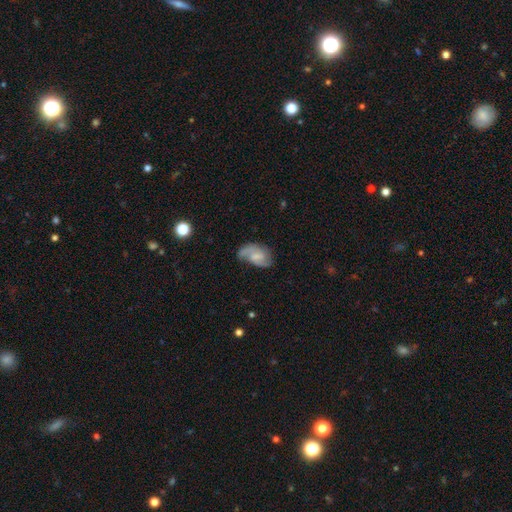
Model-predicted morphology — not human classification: This is possibly a featured or disk galaxy (60%). It is clearly not viewed edge-on (96%). Bar: possibly weak (46%). Spiral arm pattern: clearly yes (87%). Spiral arm count: likely 2 (69%). Spiral winding: marginally medium (45%). Central bulge: marginally small (36%). Merging: possibly none (49%).